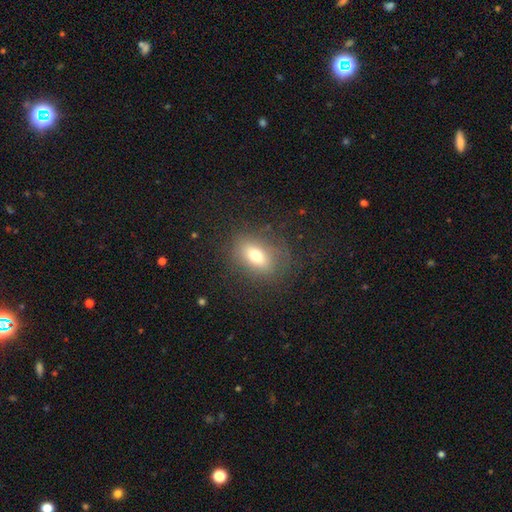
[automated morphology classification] smooth 69%, featured or disk 19%, star or artifact 12%. Down the decision tree: how rounded — in between (77%); merging — none (77%).